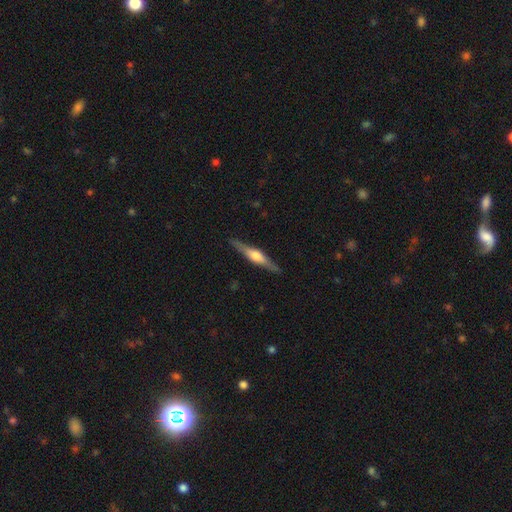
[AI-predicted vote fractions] Smooth or featured: featured or disk — 72% (smooth — 23%)
Edge-on disk: yes — 98% (no — 2%)
Edge-on bulge: rounded — 82% (boxy — 14%)
Merging: none — 89% (minor disturbance — 8%)